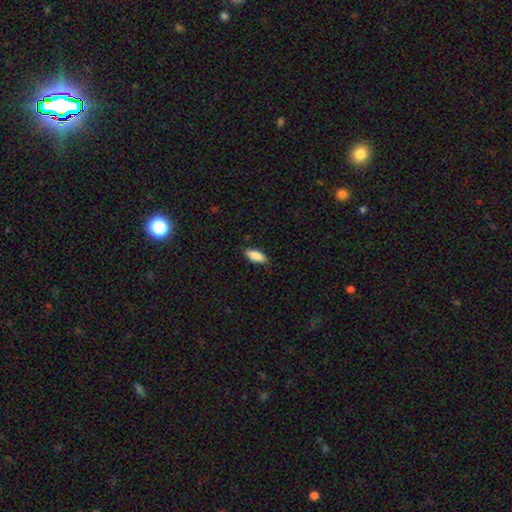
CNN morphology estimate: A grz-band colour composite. It shows a smooth galaxy with no disk features (87%) that is in between round and cigar-shaped (79%). Merging: none (84%).